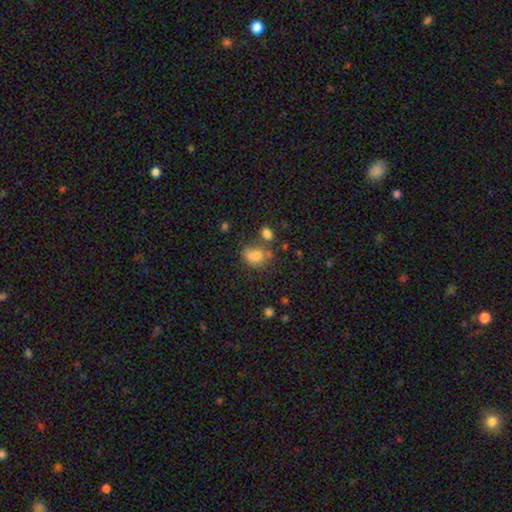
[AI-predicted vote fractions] Smooth or featured? smooth (68%)
How rounded? in between (57%)
Merging? merger (38%)